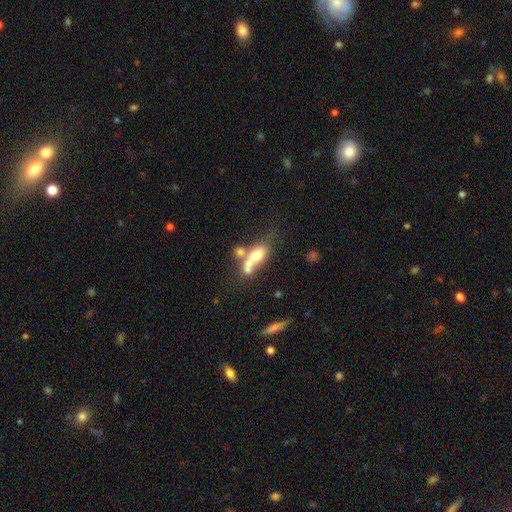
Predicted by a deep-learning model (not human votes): A smooth galaxy with no disk features (58%) that is in between round and cigar-shaped (64%). Merging: merger (55%).